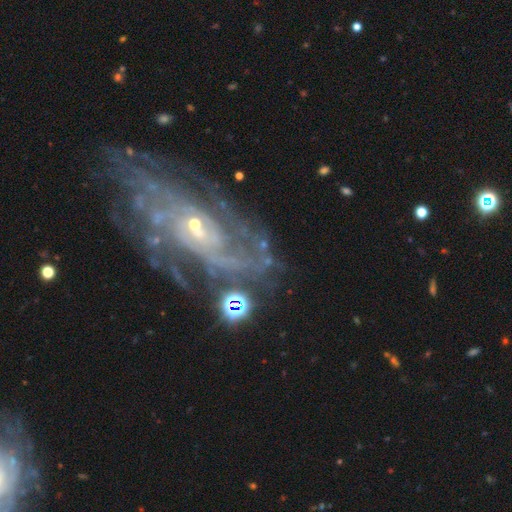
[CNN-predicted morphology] Smooth or featured?
  - featured or disk: 88% *
  - star or artifact: 7%
  - smooth: 5%
Edge-on disk?
  - no: 95% *
  - yes: 5%
Bar?
  - no: 62% *
  - weak: 29%
  - strong: 9%
Spiral arms?
  - yes: 96% *
  - no: 4%
Spiral winding?
  - tight: 55% *
  - medium: 35%
  - loose: 10%
Spiral arm count?
  - can't tell: 33% *
  - 2: 19%
  - 3: 15%
  - 4: 14%
  - more than 4: 11%
  - 1: 8%
Bulge size?
  - small: 77% *
  - moderate: 19%
  - none: 2%
  - large: 1%
  - dominant: 1%
Merging?
  - none: 68% *
  - minor disturbance: 17%
  - major disturbance: 11%
  - merger: 4%